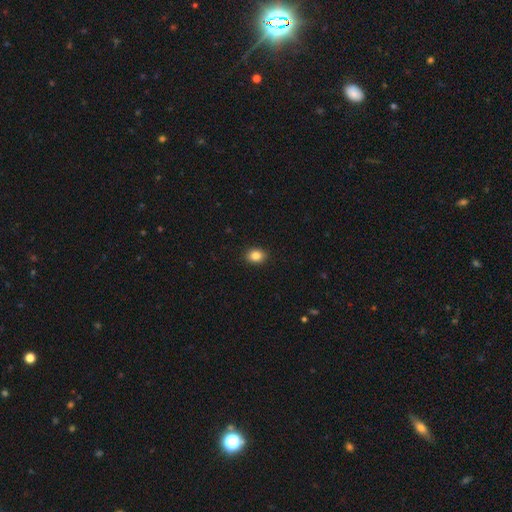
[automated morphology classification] smooth 84%, star or artifact 10%, featured or disk 6%. Down the decision tree: how rounded — in between (57%); merging — none (91%).